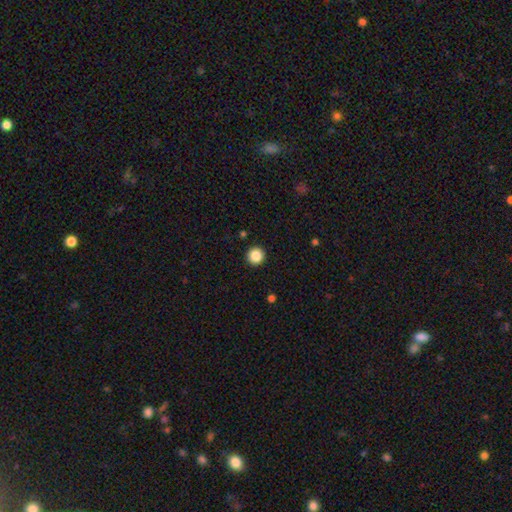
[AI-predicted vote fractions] The model was most divided on "smooth or featured": smooth: 86%, star or artifact: 10%, featured or disk: 4%. More confident: how rounded — round (96%); merging — none (93%).